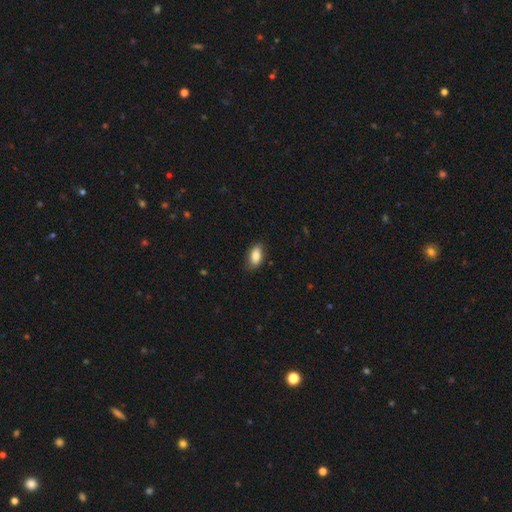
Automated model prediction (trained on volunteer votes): A smooth galaxy with no disk features (82%) that is in between round and cigar-shaped (90%).

Vote fractions:
- Smooth or featured? smooth: 82% / featured or disk: 12% / star or artifact: 7%
- How rounded? in between: 90% / cigar-shaped: 6% / round: 5%
- Merging? none: 78% / minor disturbance: 18% / major disturbance: 3% / merger: 1%